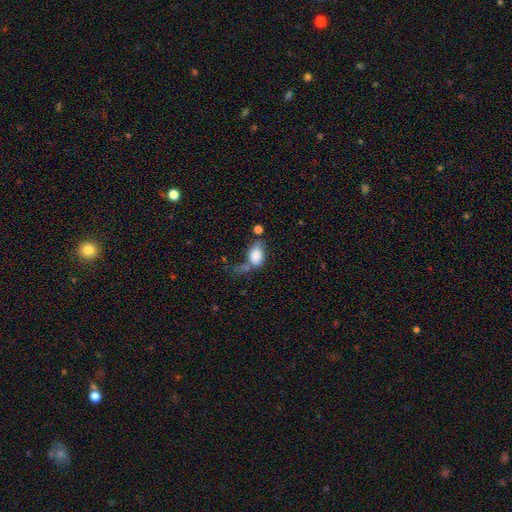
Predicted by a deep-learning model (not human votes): A smooth galaxy with no disk features (81%) that is in between round and cigar-shaped (85%).

Vote fractions:
- Smooth or featured? smooth: 81% / featured or disk: 10% / star or artifact: 9%
- How rounded? in between: 85% / round: 13% / cigar-shaped: 2%
- Merging? none: 29% / merger: 27% / minor disturbance: 22% / major disturbance: 22%